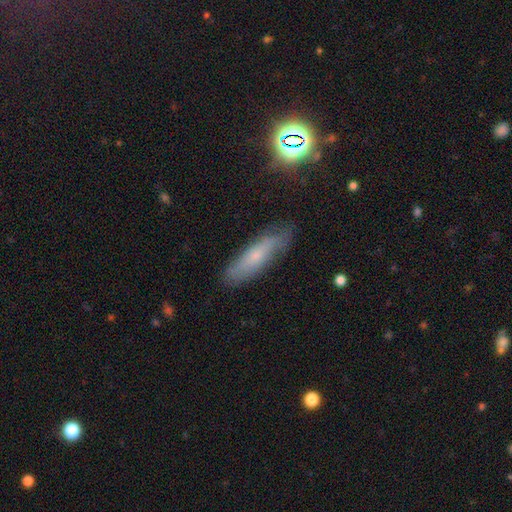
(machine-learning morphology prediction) Smooth or featured: smooth — 57% (featured or disk — 33%)
How rounded: cigar-shaped — 70% (in between — 27%)
Merging: none — 76% (minor disturbance — 18%)